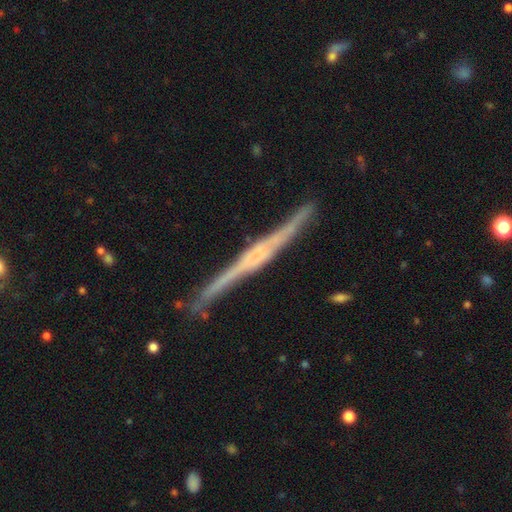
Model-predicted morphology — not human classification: Smooth or featured? Predicted: featured or disk (p=0.82). Edge-on disk? Predicted: yes (p=0.96). Edge-on bulge? Predicted: rounded (p=0.39). Merging? Predicted: none (p=0.79).